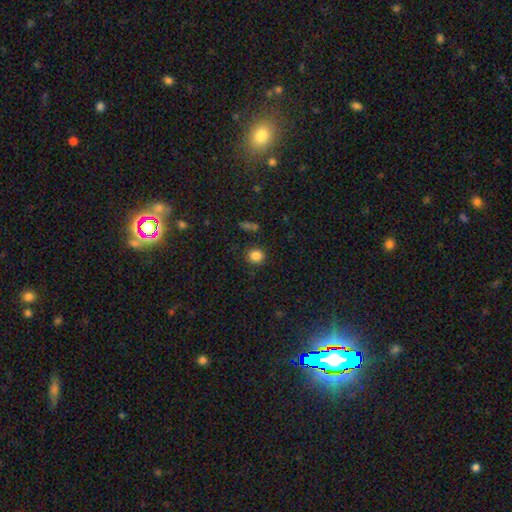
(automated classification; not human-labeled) Q: Smooth or featured?
A: smooth (84%); runner-up: star or artifact (12%)
Q: How rounded?
A: round (85%); runner-up: in between (14%)
Q: Merging?
A: none (87%); runner-up: minor disturbance (8%)